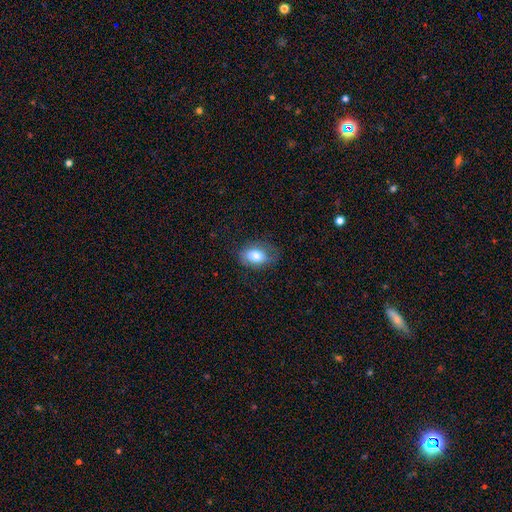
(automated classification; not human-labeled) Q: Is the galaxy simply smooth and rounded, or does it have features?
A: smooth — 77%.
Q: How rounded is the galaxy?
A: in between — 86%.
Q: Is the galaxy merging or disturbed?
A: none — 70%.